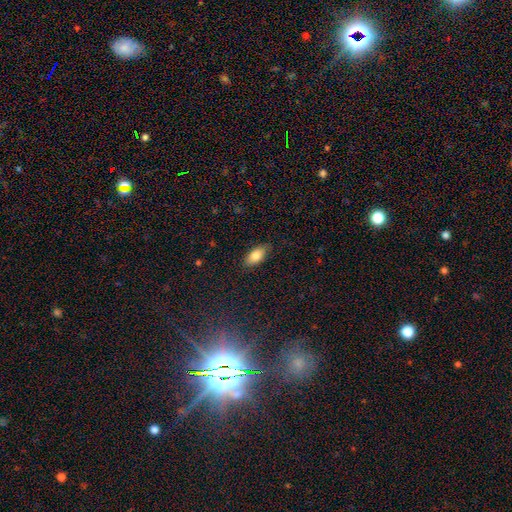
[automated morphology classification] type=smooth (84%); roundness=in between (90%); merging=none (85%).